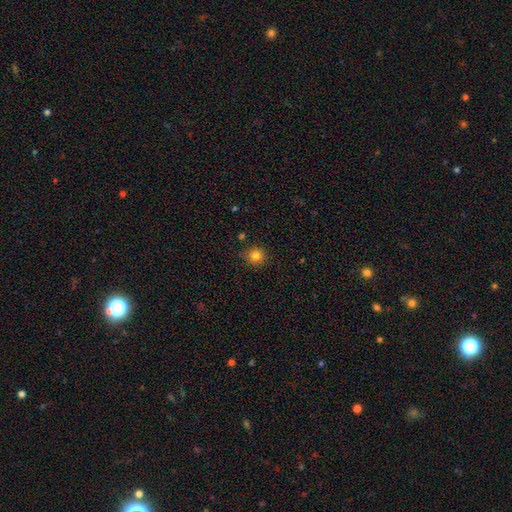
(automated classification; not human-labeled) Smooth or featured? smooth (81%)
How rounded? round (92%)
Merging? none (84%)